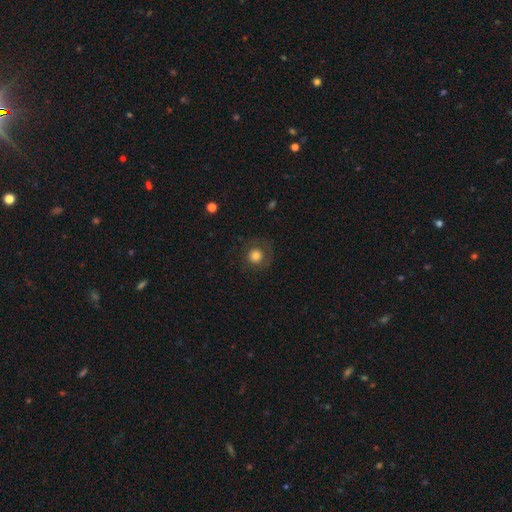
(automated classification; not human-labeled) Overall: smooth (76%). How rounded: round (93%). Merging: none (76%).